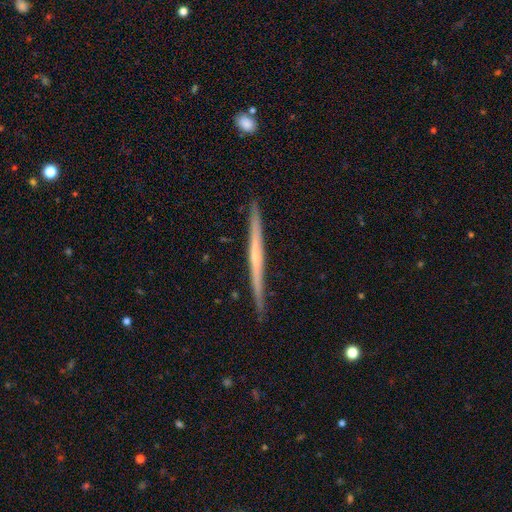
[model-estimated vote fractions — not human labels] A featured or disk galaxy (67%) viewed edge-on (98%) with no central bulge (72%).

Vote fractions:
- Smooth or featured? featured or disk: 67% / smooth: 27% / star or artifact: 5%
- Edge-on disk? yes: 98% / no: 2%
- Edge-on bulge? none: 72% / rounded: 23% / boxy: 5%
- Merging? none: 90% / minor disturbance: 7% / major disturbance: 1% / merger: 1%